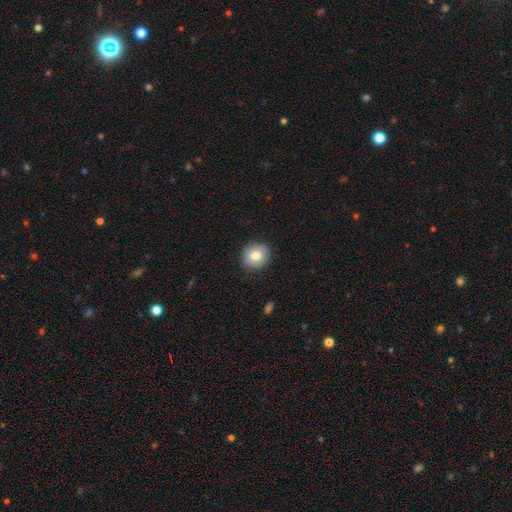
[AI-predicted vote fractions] Q: Smooth or featured?
A: smooth (77%); runner-up: featured or disk (14%)
Q: How rounded?
A: round (81%); runner-up: in between (18%)
Q: Merging?
A: none (86%); runner-up: minor disturbance (10%)